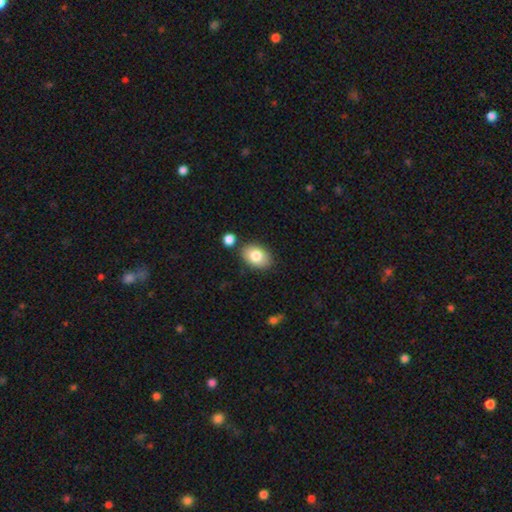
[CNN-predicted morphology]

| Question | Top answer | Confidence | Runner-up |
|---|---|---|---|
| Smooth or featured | smooth | 82% | featured or disk (11%) |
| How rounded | in between | 84% | round (14%) |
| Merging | none | 80% | minor disturbance (12%) |